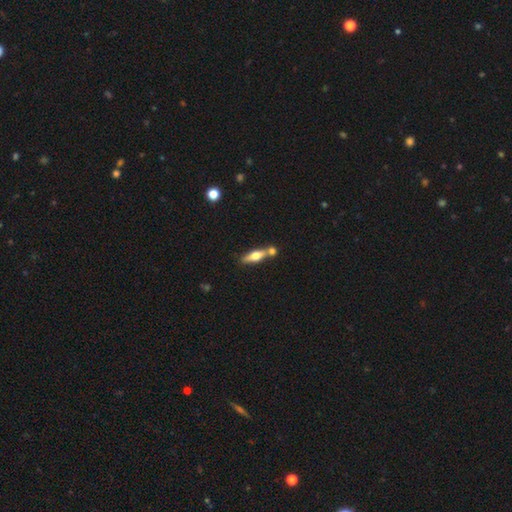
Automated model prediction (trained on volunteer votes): Smooth or featured? smooth (47%, tied with featured or disk)
Merging? none (59%)